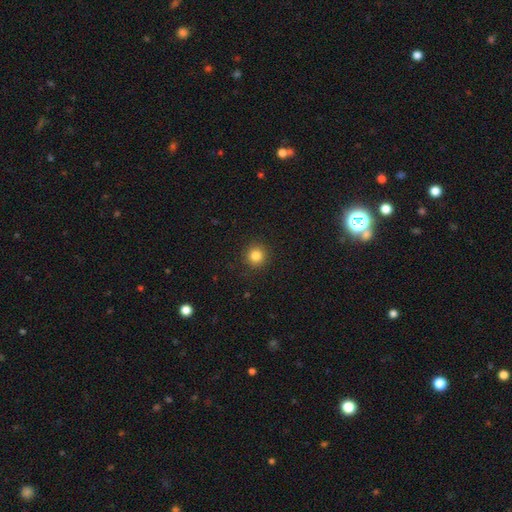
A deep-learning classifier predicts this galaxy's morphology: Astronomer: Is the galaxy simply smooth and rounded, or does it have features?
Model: smooth — 84%.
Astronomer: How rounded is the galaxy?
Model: round — 94%.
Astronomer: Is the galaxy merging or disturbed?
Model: none — 92%.